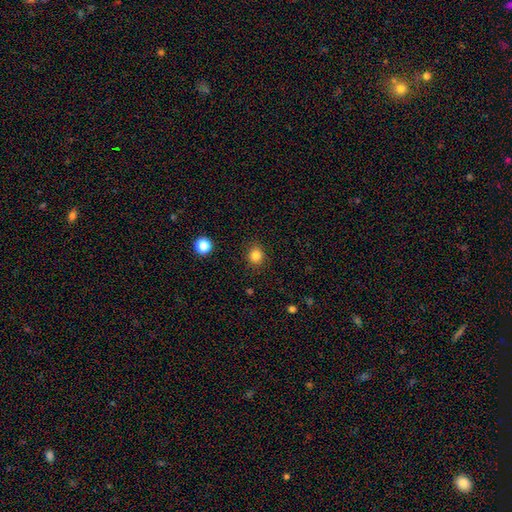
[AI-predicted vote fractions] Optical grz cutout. It shows a smooth galaxy with no disk features (83%) that is round (81%). Merging: none (89%).